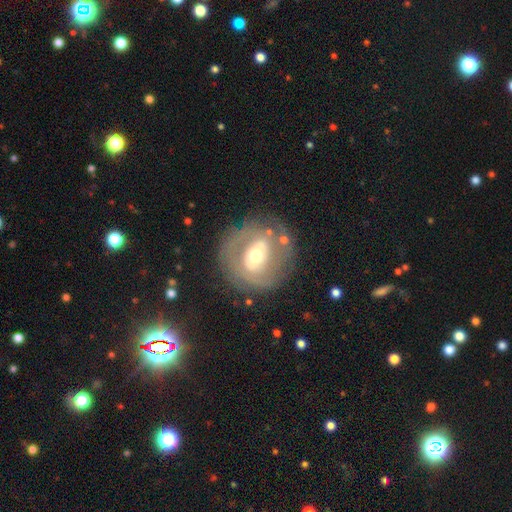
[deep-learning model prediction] Q: Smooth or featured?
A: featured or disk (68%); runner-up: smooth (25%)
Q: Edge-on disk?
A: no (95%); runner-up: yes (5%)
Q: Bar?
A: weak (39%); runner-up: strong (31%)
Q: Spiral arms?
A: yes (55%); runner-up: no (45%)
Q: Bulge size?
A: moderate (69%); runner-up: small (19%)
Q: Merging?
A: none (75%); runner-up: minor disturbance (14%)